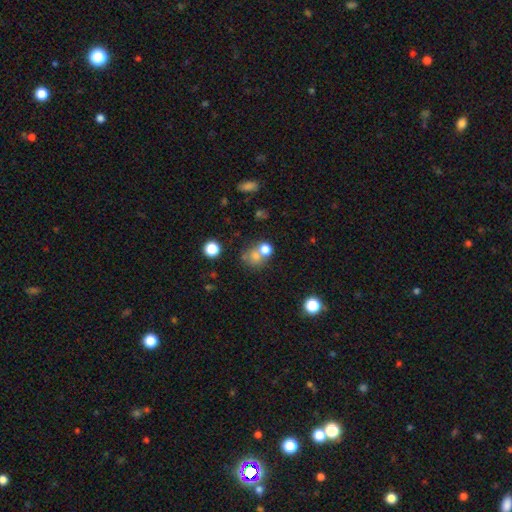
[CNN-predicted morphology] smooth-or-featured: smooth: 68% | star or artifact: 19% | featured or disk: 14%
  how-rounded: round: 72% | in between: 27% | cigar-shaped: 1%
  merging: none: 43% | merger: 41% | minor disturbance: 10% | major disturbance: 6%